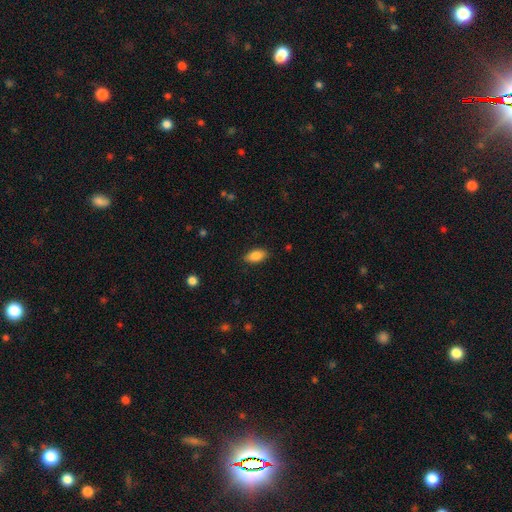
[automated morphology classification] A smooth galaxy with no disk features (86%) that is in between round and cigar-shaped (91%). Merging: none (87%).